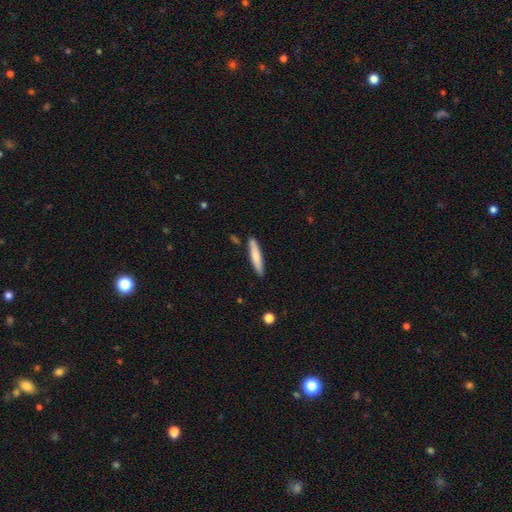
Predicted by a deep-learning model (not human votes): Morphology: type=smooth (73%); roundness=cigar-shaped (88%); merging=none (85%).